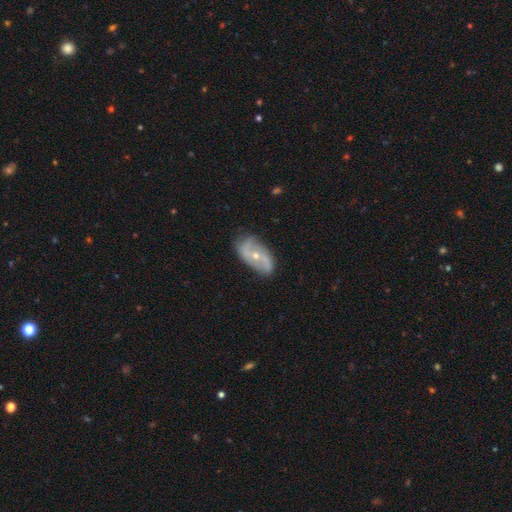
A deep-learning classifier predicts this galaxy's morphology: Overall: featured or disk (75%). Edge-on disk: no (93%). Bar: no (54%; weak 31%). Spiral arms: yes (83%). Spiral arm count: 2 (83%). Spiral winding: loose (50%; medium 33%). Bulge size: small (51%; moderate 46%). Merging: none (72%).